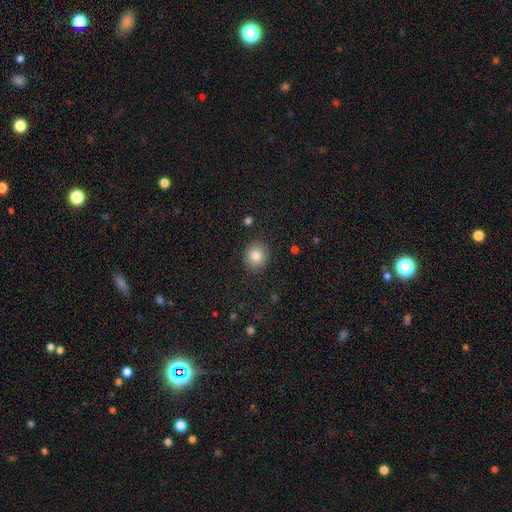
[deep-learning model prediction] Morphology: type=smooth (82%); roundness=round (80%); merging=none (89%).